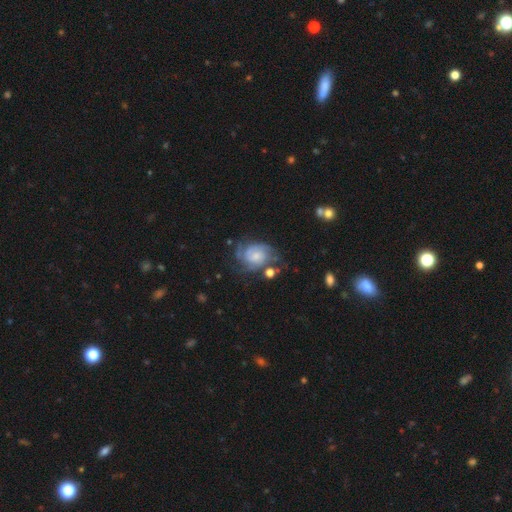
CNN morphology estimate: Smooth or featured? featured or disk (75%)
Edge-on disk? no (98%)
Bar? no (68%)
Spiral arms? yes (92%)
Spiral winding? tight (56%)
Spiral arm count? can't tell (35%)
Bulge size? small (51%)
Merging? none (54%)